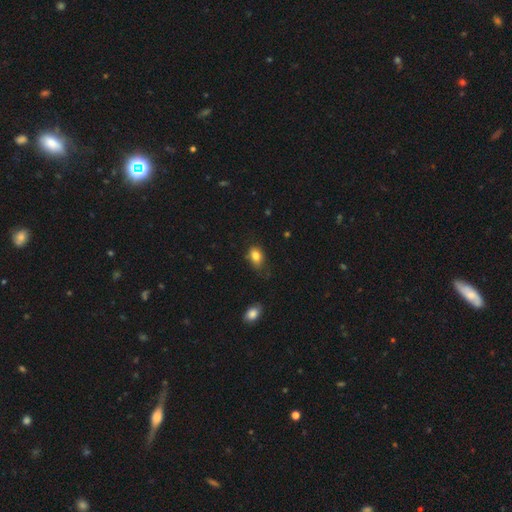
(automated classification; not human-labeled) Smooth or featured? smooth (83%)
How rounded? in between (79%)
Merging? none (64%)